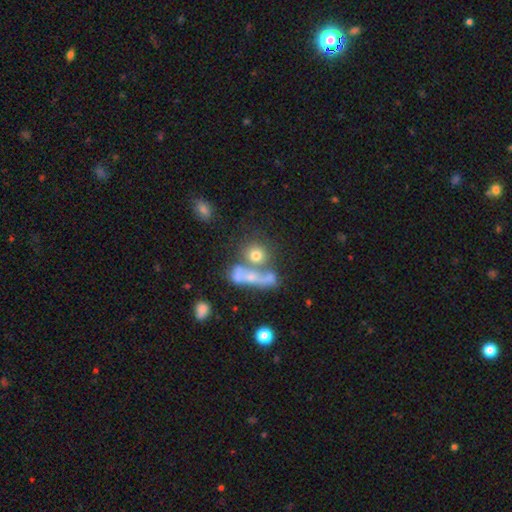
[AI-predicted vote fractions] This is likely a smooth galaxy (64%). How rounded: likely round (73%). Merging: marginally merger (40%).